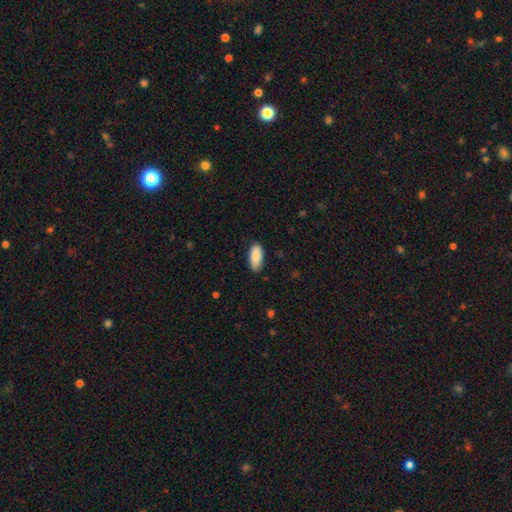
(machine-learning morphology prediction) Smooth or featured? Predicted: smooth (p=0.89). How rounded? Predicted: in between (p=0.89). Merging? Predicted: none (p=0.85).